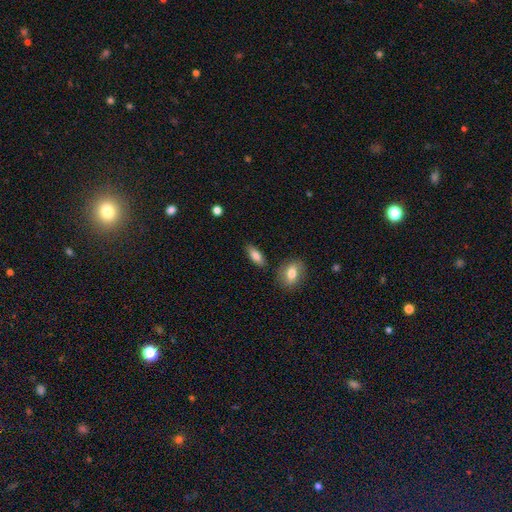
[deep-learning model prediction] The model was most divided on "how rounded": in between: 79%, cigar-shaped: 18%, round: 3%. More confident: merging — none (82%); smooth or featured — smooth (82%).